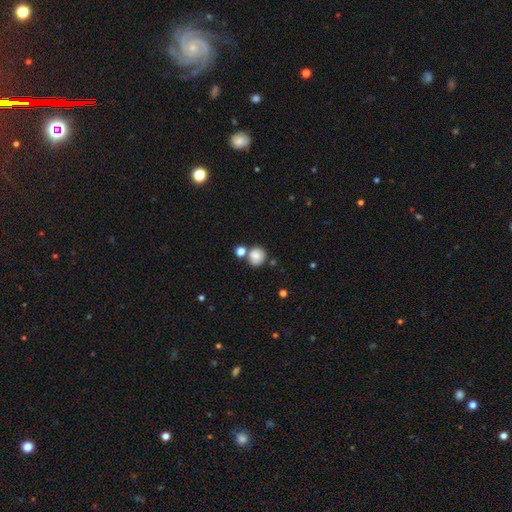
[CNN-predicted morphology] This is clearly a smooth galaxy (81%). How rounded: clearly round (89%). Merging: likely none (65%).